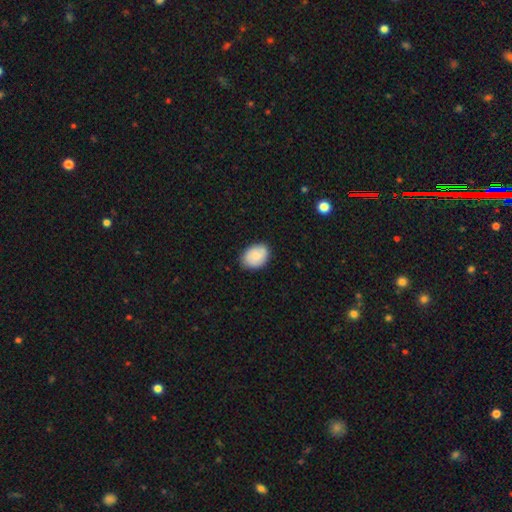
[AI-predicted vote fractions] The model was most divided on "how rounded": in between: 68%, round: 31%, cigar-shaped: 1%. More confident: merging — none (81%); smooth or featured — smooth (78%).